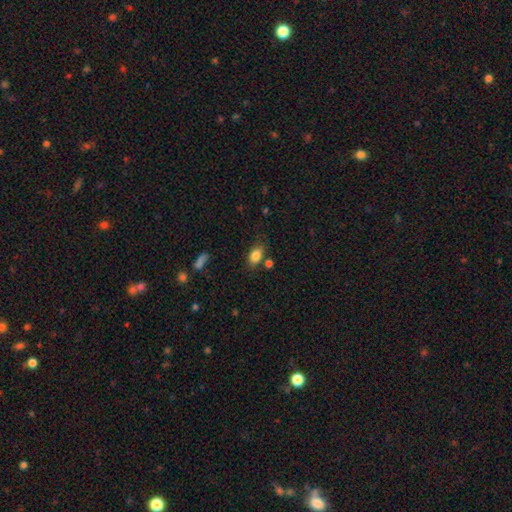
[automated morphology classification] This appears to be a smooth galaxy with no disk features (84%) that is in between round and cigar-shaped (85%). Merging: none (73%).